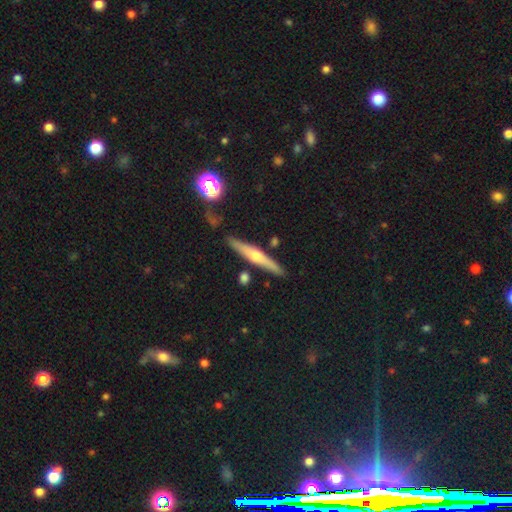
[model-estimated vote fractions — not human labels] This appears to be a featured or disk galaxy (67%) viewed edge-on (96%) with a rounded central bulge (88%). Merging: none (85%).